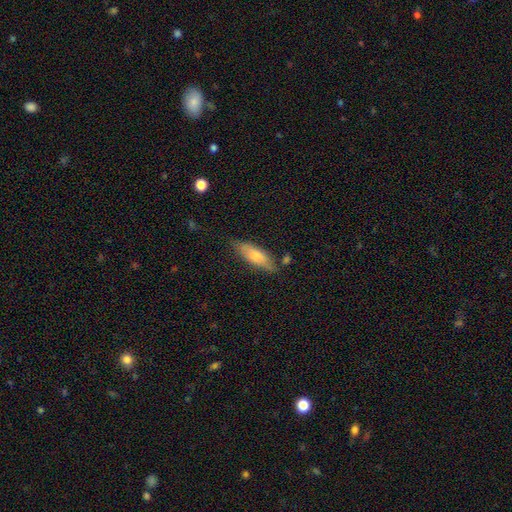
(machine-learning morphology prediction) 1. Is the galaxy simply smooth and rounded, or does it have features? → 72% smooth, 22% featured or disk, 6% star or artifact.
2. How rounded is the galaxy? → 58% in between, 40% cigar-shaped, 2% round.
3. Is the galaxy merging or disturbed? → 73% none, 20% minor disturbance, 4% merger, 4% major disturbance.